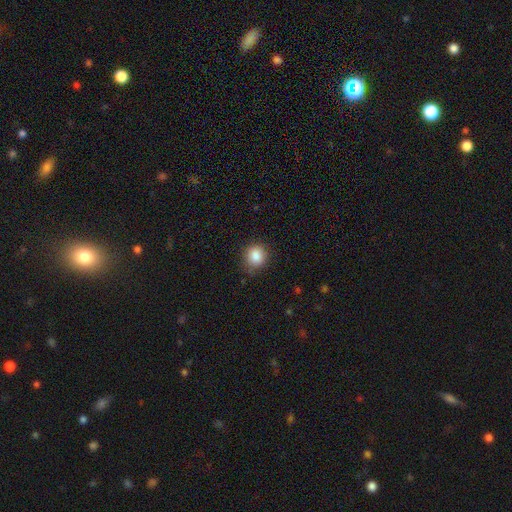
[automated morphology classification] smooth-or-featured: smooth: 86% | star or artifact: 9% | featured or disk: 4%
  how-rounded: round: 82% | in between: 17% | cigar-shaped: 1%
  merging: none: 81% | minor disturbance: 15% | major disturbance: 3% | merger: 1%